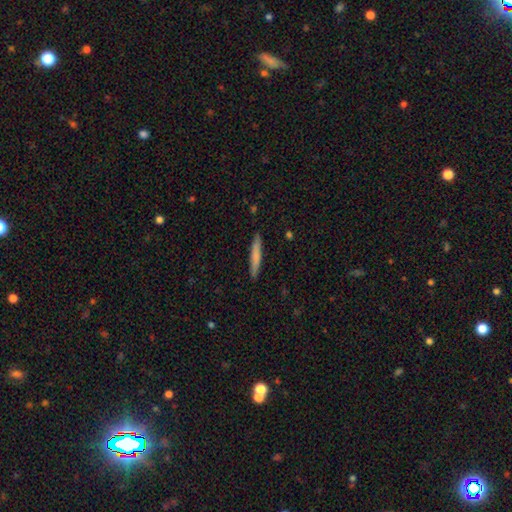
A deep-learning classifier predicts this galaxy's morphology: Q: Smooth or featured?
A: smooth (73%); runner-up: featured or disk (22%)
Q: How rounded?
A: cigar-shaped (95%); runner-up: in between (4%)
Q: Merging?
A: none (90%); runner-up: minor disturbance (7%)